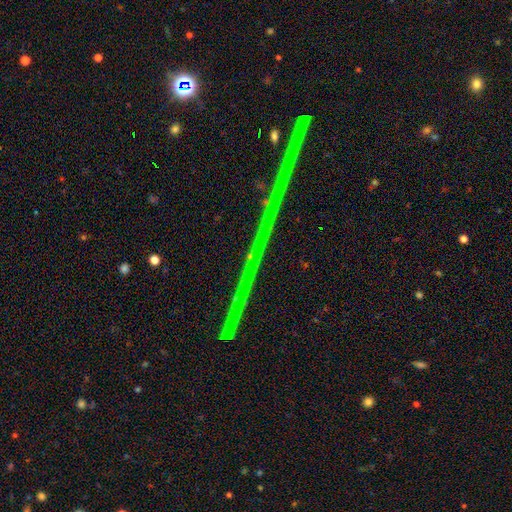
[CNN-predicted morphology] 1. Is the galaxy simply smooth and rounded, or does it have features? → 82% star or artifact, 11% featured or disk, 6% smooth.